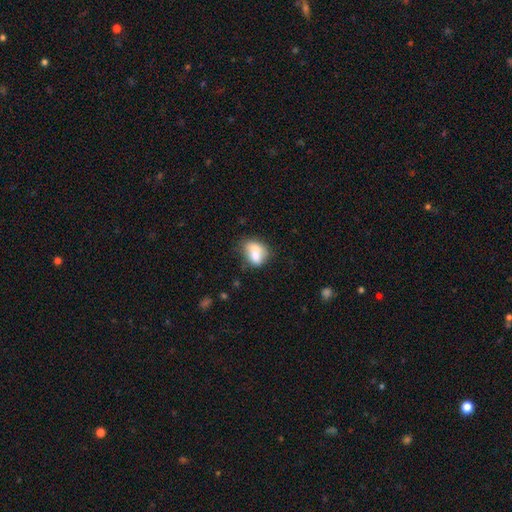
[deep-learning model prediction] Smooth or featured: smooth — 69% (featured or disk — 22%)
How rounded: in between — 67% (round — 29%)
Merging: none — 36% (merger — 35%)